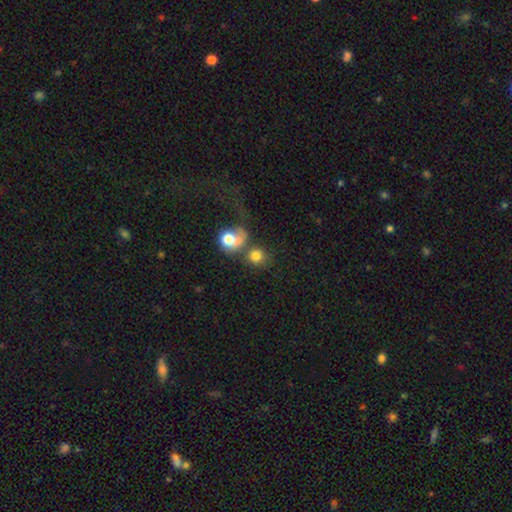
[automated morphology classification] This is likely a smooth galaxy (76%). How rounded: clearly round (82%). Merging: marginally none (42%).